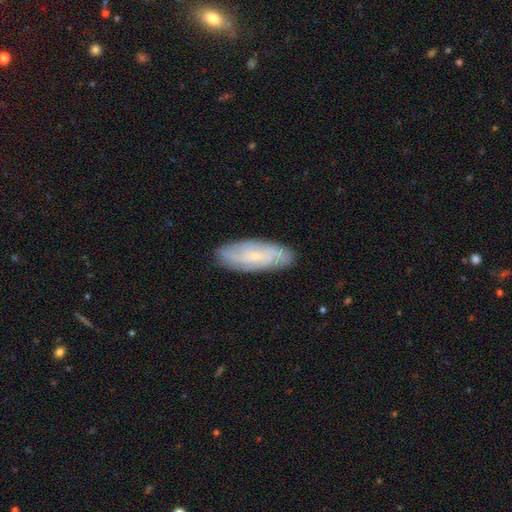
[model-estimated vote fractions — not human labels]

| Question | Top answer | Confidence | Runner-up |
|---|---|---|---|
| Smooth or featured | featured or disk | 54% | smooth (38%) |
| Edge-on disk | no | 82% | yes (18%) |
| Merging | none | 84% | minor disturbance (12%) |